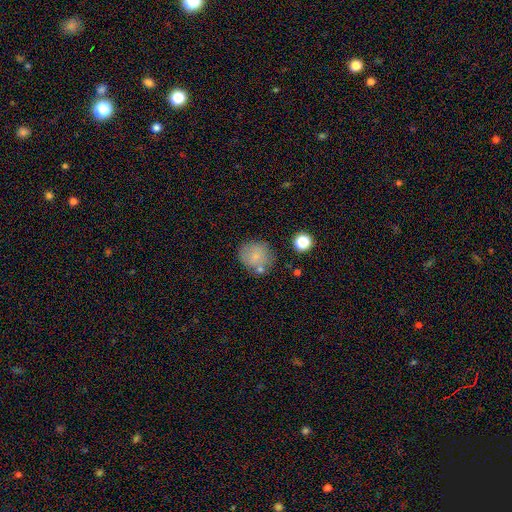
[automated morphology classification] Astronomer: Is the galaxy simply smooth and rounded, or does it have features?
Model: smooth — 75%.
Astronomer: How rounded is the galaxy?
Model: round — 85%.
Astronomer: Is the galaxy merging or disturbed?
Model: none — 66%.